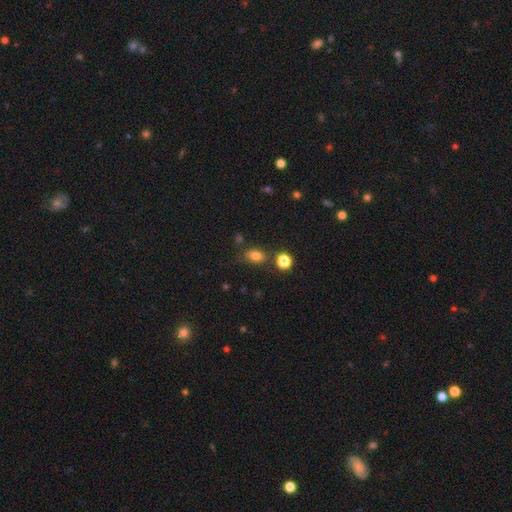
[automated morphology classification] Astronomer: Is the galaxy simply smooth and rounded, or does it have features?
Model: smooth — 80%.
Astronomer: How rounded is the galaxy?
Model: in between — 77%.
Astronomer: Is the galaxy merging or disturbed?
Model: none — 71%.